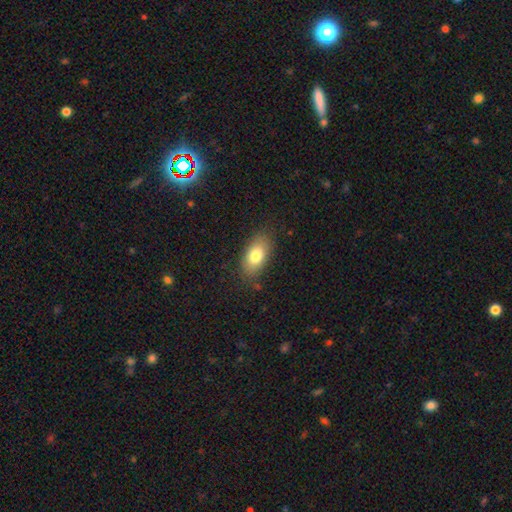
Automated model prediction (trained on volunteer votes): A smooth galaxy with no disk features (79%) that is in between round and cigar-shaped (89%).

Vote fractions:
- Smooth or featured? smooth: 79% / featured or disk: 13% / star or artifact: 8%
- How rounded? in between: 89% / round: 6% / cigar-shaped: 5%
- Merging? none: 82% / minor disturbance: 13% / major disturbance: 4% / merger: 1%